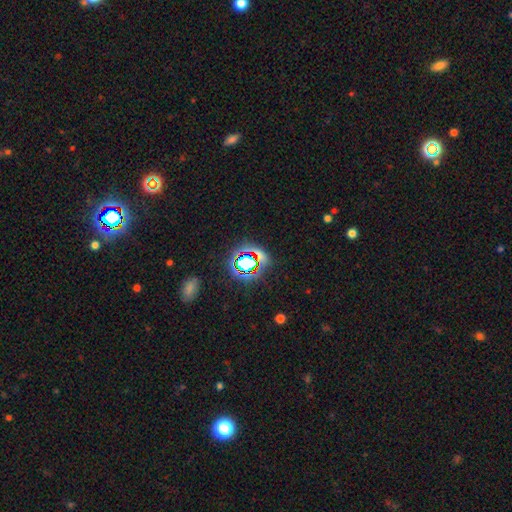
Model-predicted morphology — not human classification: star or artifact 63%, smooth 26%, featured or disk 11%.